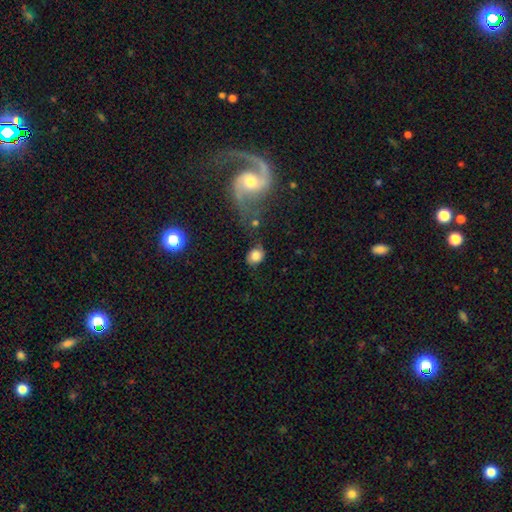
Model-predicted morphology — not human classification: A smooth galaxy with no disk features (76%) that is round (59%). Merging: none (54%).